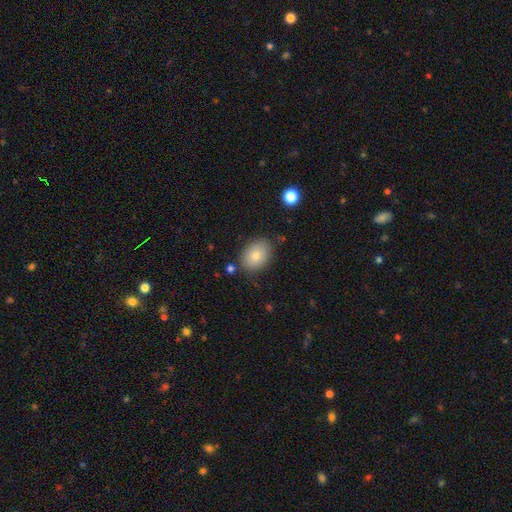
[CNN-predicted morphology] Q: Smooth or featured?
A: smooth (79%); runner-up: featured or disk (12%)
Q: How rounded?
A: in between (73%); runner-up: round (26%)
Q: Merging?
A: none (81%); runner-up: minor disturbance (13%)